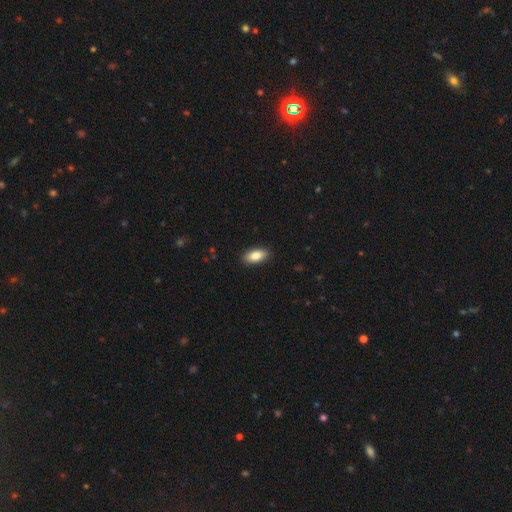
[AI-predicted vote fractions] Morphology: type=smooth (87%); roundness=in between (90%); merging=none (89%).